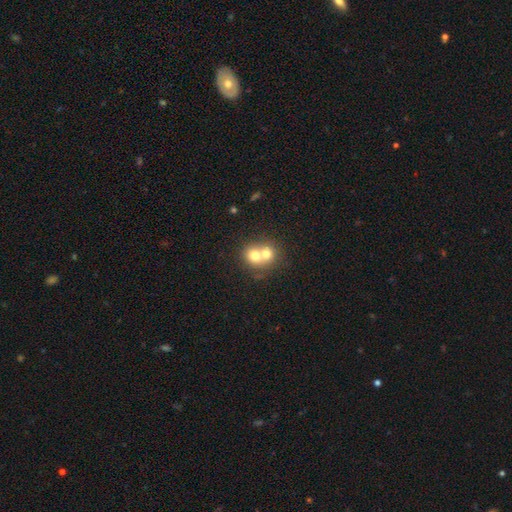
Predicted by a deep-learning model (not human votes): smooth 69%, featured or disk 21%, star or artifact 10%. Down the decision tree: how rounded — round (72%); merging — merger (71%).